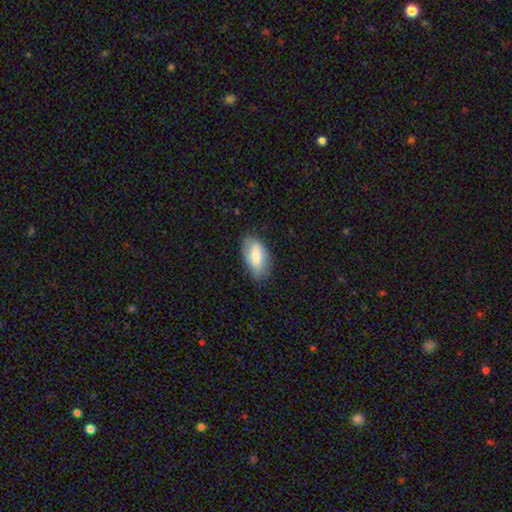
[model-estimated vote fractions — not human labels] Morphology: type=smooth (72%); roundness=in between (93%); merging=none (78%).